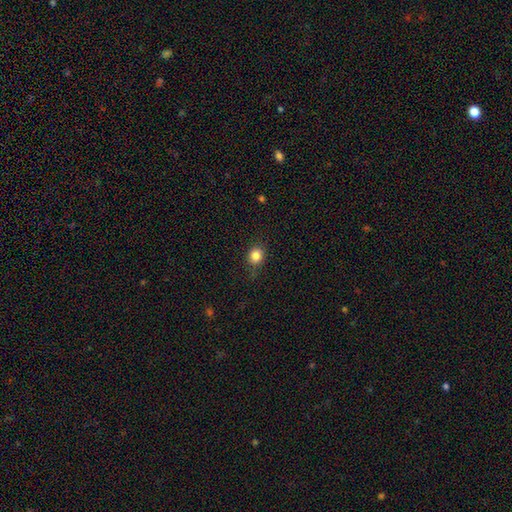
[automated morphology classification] Smooth or featured?
  - smooth: 84% *
  - star or artifact: 11%
  - featured or disk: 5%
How rounded?
  - round: 76% *
  - in between: 23%
  - cigar-shaped: 1%
Merging?
  - none: 83% *
  - minor disturbance: 13%
  - major disturbance: 3%
  - merger: 1%